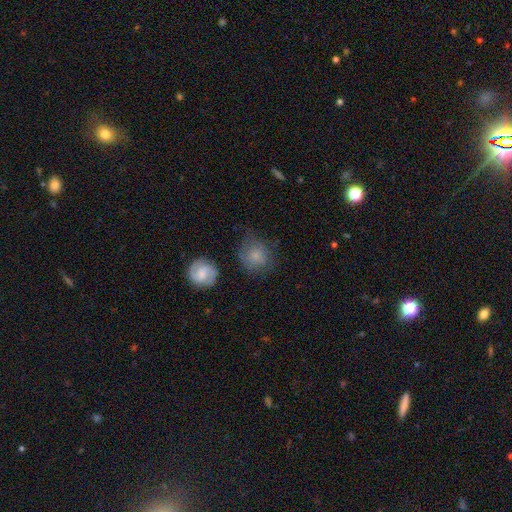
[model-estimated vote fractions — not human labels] A smooth galaxy with no disk features (75%) that is round (84%). Merging: none (62%).